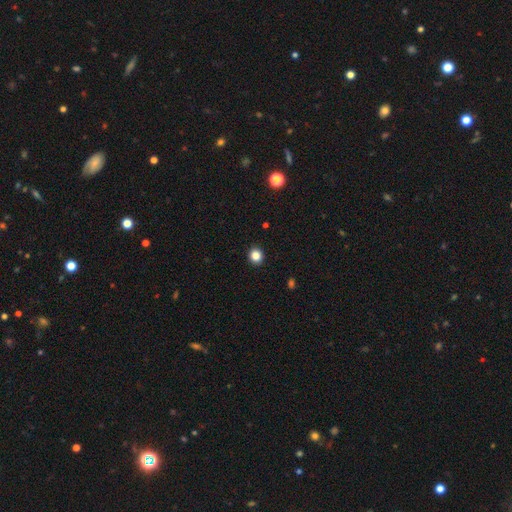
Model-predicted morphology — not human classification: smooth 85%, star or artifact 11%, featured or disk 4%. Down the decision tree: how rounded — round (85%); merging — none (92%).